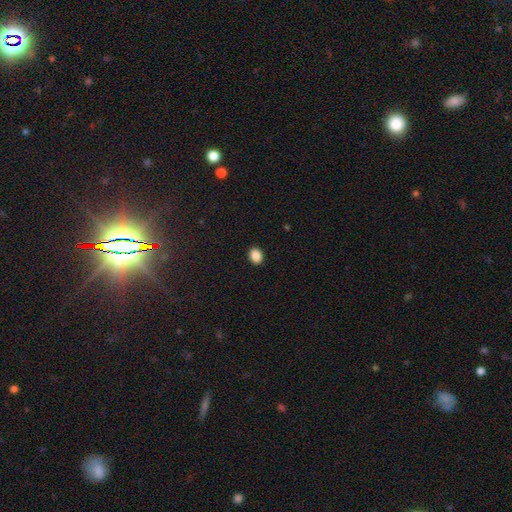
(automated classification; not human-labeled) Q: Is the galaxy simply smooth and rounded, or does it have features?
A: smooth — 88%.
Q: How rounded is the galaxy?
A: in between — 63%.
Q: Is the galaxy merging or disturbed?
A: none — 91%.